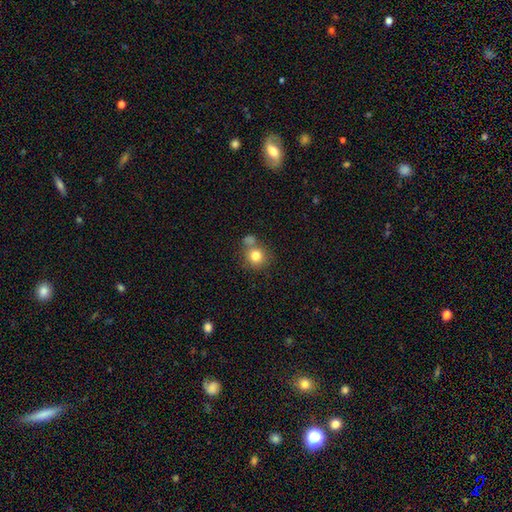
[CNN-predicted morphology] smooth-or-featured: smooth: 80% | star or artifact: 11% | featured or disk: 9%
  how-rounded: round: 88% | in between: 11% | cigar-shaped: 1%
  merging: none: 58% | merger: 26% | minor disturbance: 11% | major disturbance: 4%